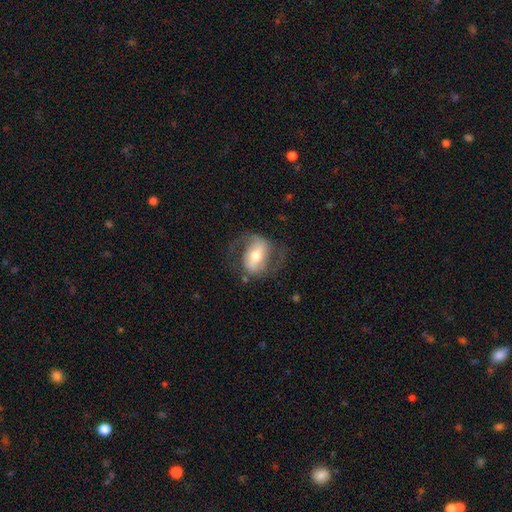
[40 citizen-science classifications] smooth-or-featured: featured or disk: 92% | smooth: 5% | star or artifact: 2%
  disk-edge-on: no: 100% | yes: 0%
    bar: strong: 43% (tied) | weak: 43% (tied) | no: 14%
    has-spiral-arms: yes: 89% | no: 11%
      spiral-winding: medium: 58% | tight: 21% | loose: 21%
      spiral-arm-count: 2: 94% | 1: 3% | can't tell: 3% | 3: 0% | 4: 0% | more than 4: 0%
    bulge-size: moderate: 78% | small: 19% | large: 3% | dominant: 0% | none: 0%
  merging: none: 64% | minor disturbance: 15% | major disturbance: 13% | merger: 8%